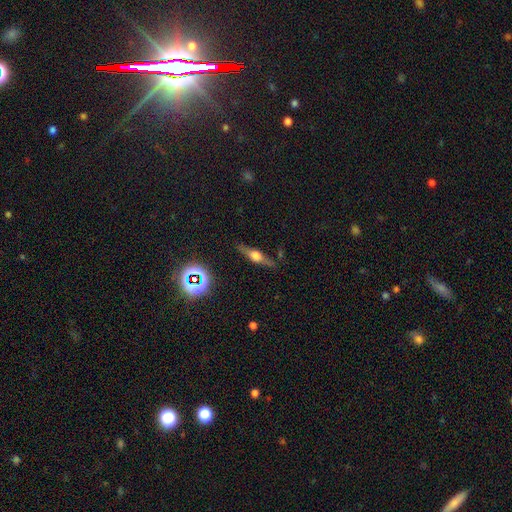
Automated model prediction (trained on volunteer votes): Smooth or featured?
  - featured or disk: 65% *
  - smooth: 25%
  - star or artifact: 10%
Edge-on disk?
  - yes: 94% *
  - no: 6%
Edge-on bulge?
  - rounded: 91% *
  - boxy: 7%
  - none: 2%
Merging?
  - none: 84% *
  - minor disturbance: 11%
  - major disturbance: 3%
  - merger: 2%